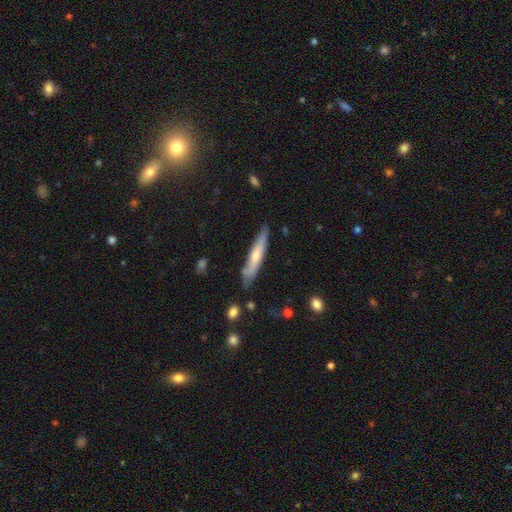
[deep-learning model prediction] Morphology: type=smooth (52%); roundness=cigar-shaped (91%); merging=none (81%).